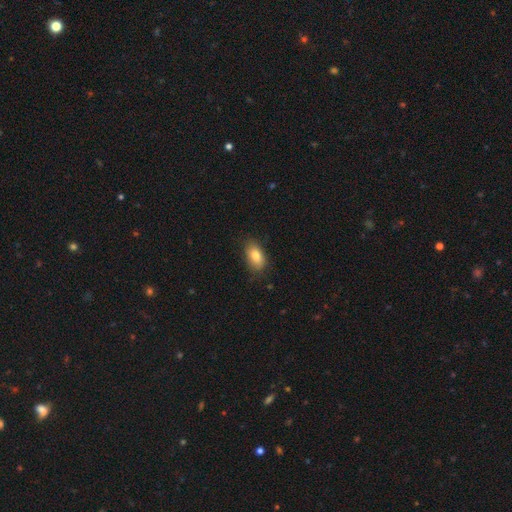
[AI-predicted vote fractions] smooth 82%, featured or disk 10%, star or artifact 7%. Down the decision tree: how rounded — in between (90%); merging — none (81%).